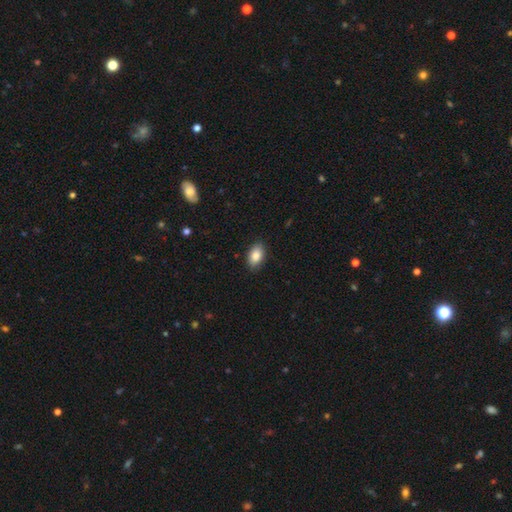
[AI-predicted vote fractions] Smooth or featured: smooth — 86% (star or artifact — 7%)
How rounded: in between — 92% (round — 7%)
Merging: none — 87% (minor disturbance — 10%)